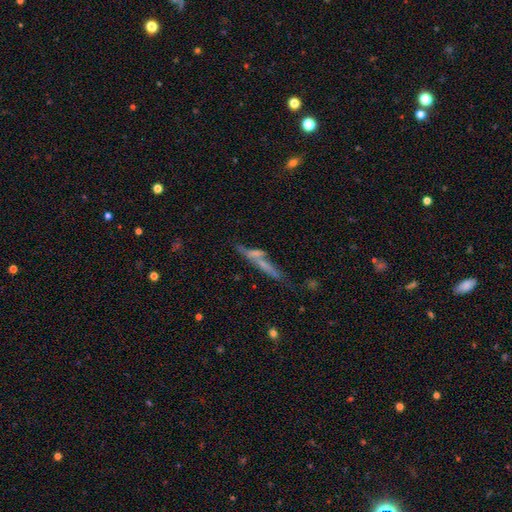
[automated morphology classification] A featured or disk galaxy (47%).

Vote fractions:
- Smooth or featured? featured or disk: 47% / smooth: 40% / star or artifact: 13%
- Merging? none: 46% / merger: 25% / minor disturbance: 17% / major disturbance: 11%